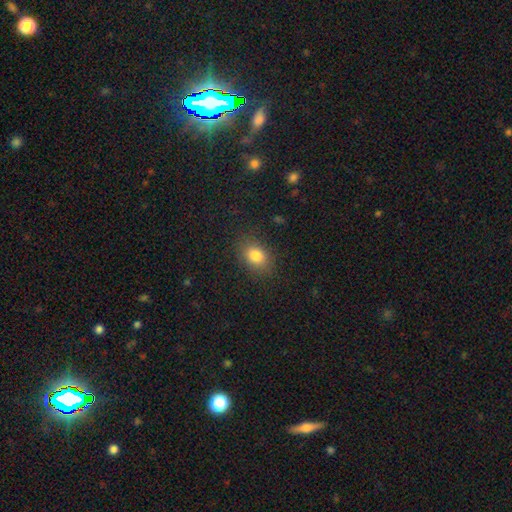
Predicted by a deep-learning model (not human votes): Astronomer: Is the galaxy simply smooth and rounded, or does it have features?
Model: smooth — 82%.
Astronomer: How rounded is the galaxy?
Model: in between — 70%.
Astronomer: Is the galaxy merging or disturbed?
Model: none — 83%.